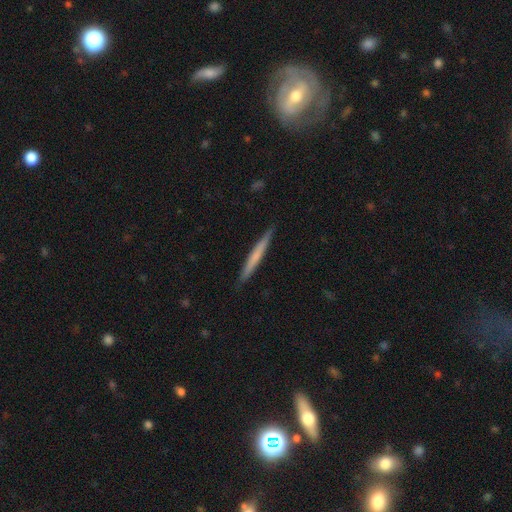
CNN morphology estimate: A smooth galaxy with no disk features (58%) that is cigar-shaped (97%). Merging: none (90%).